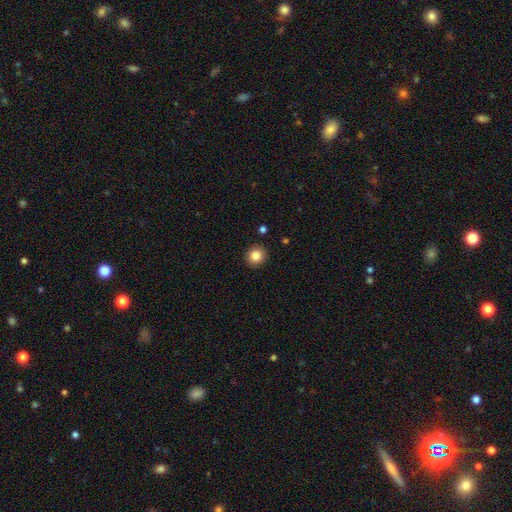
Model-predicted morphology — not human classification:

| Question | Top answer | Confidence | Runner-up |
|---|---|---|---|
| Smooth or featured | smooth | 85% | star or artifact (10%) |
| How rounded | round | 90% | in between (9%) |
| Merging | none | 91% | minor disturbance (6%) |